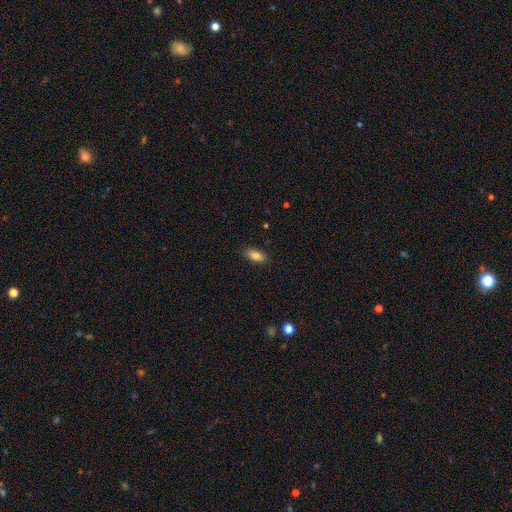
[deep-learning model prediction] Morphology: type=smooth (83%); roundness=in between (86%); merging=none (88%).